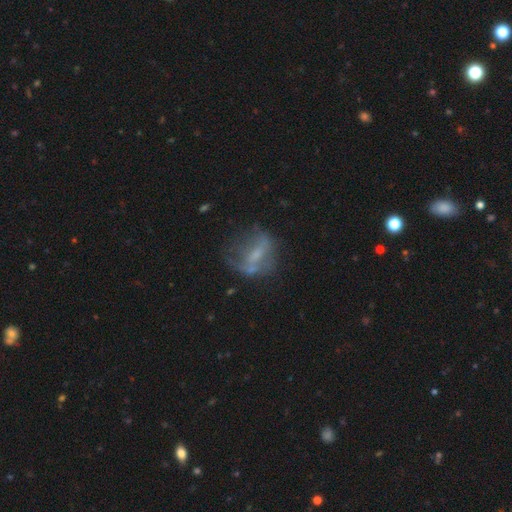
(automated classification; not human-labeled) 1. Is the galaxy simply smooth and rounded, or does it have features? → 53% featured or disk, 34% smooth, 13% star or artifact.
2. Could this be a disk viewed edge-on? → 91% no, 9% yes.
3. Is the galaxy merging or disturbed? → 42% none, 28% major disturbance, 24% minor disturbance, 6% merger.